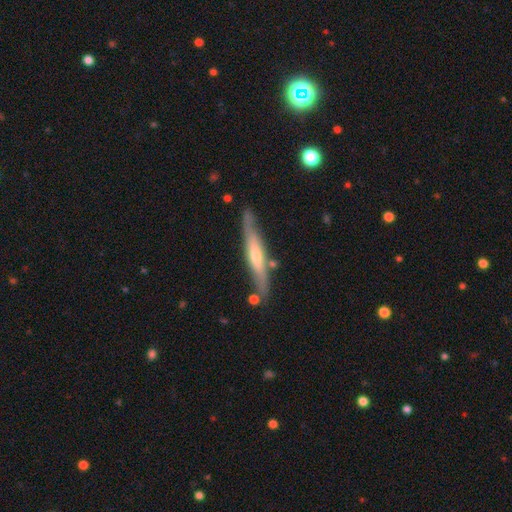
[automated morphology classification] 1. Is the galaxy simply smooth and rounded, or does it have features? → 58% featured or disk, 36% smooth, 5% star or artifact.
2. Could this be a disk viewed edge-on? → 87% yes, 13% no.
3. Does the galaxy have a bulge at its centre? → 51% rounded, 33% none, 17% boxy.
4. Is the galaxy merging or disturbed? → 76% none, 16% minor disturbance, 5% merger, 3% major disturbance.